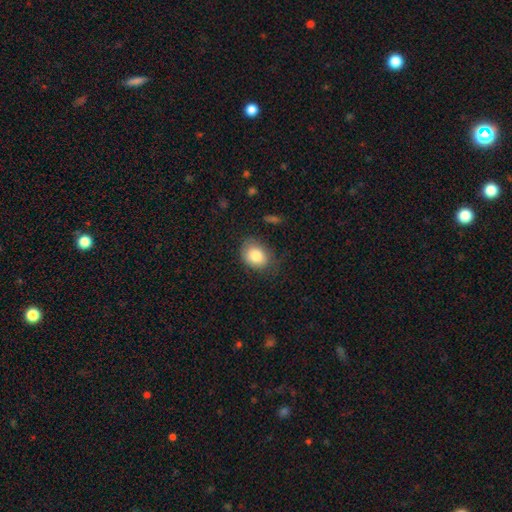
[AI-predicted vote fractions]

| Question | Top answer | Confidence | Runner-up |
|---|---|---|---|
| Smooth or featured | smooth | 83% | featured or disk (9%) |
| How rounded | in between | 58% | round (41%) |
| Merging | none | 65% | minor disturbance (25%) |